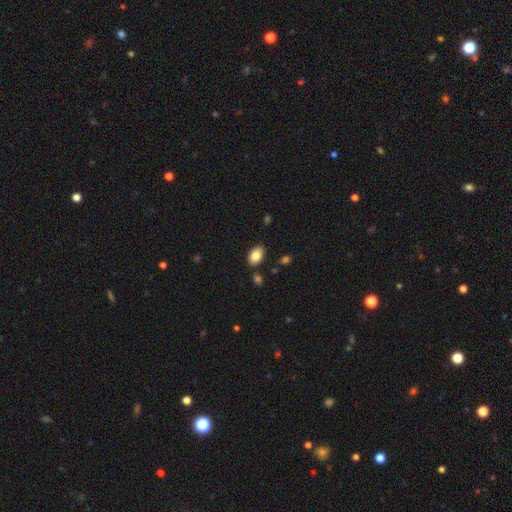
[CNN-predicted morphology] Overall: smooth (84%). How rounded: in between (91%). Merging: none (85%).